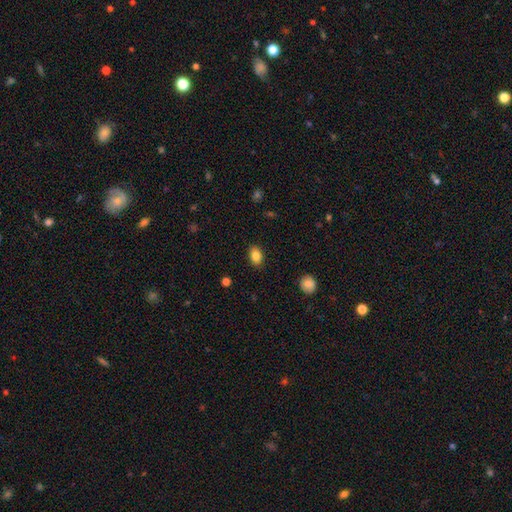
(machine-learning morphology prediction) smooth-or-featured: smooth: 84% | star or artifact: 9% | featured or disk: 7%
  how-rounded: in between: 83% | round: 15% | cigar-shaped: 2%
  merging: none: 88% | minor disturbance: 9% | major disturbance: 2% | merger: 1%